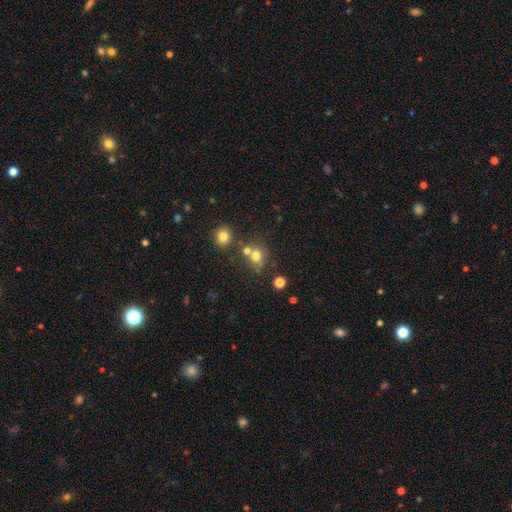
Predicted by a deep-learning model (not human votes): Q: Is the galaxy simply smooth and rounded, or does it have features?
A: smooth — 70%.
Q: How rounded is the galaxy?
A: round — 78%.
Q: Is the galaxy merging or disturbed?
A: none — 52%.